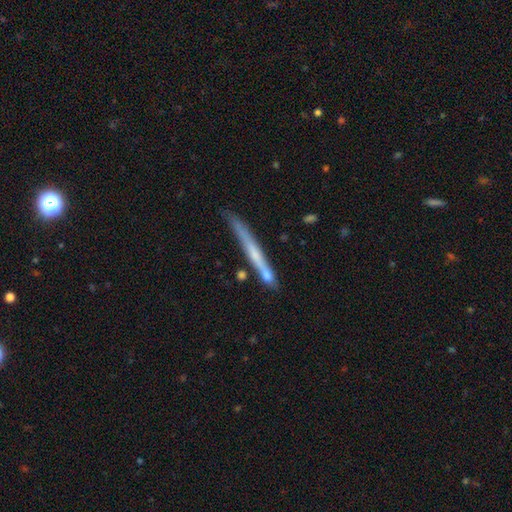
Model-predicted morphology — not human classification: featured or disk 49%, smooth 44%, star or artifact 7%. Down the decision tree: merging — none (70%).